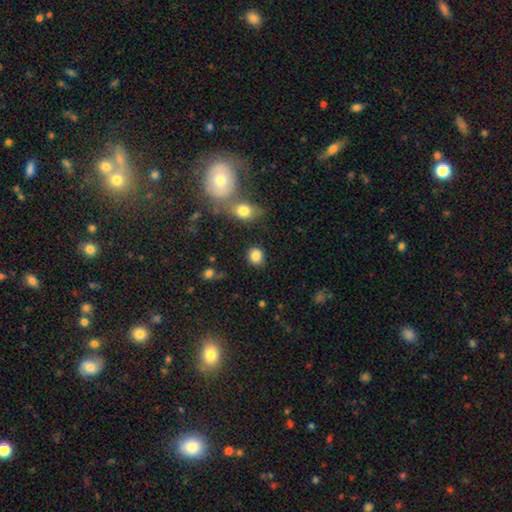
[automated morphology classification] smooth-or-featured: smooth: 85% | star or artifact: 10% | featured or disk: 5%
  how-rounded: round: 69% | in between: 30% | cigar-shaped: 1%
  merging: none: 80% | minor disturbance: 12% | merger: 4% | major disturbance: 4%